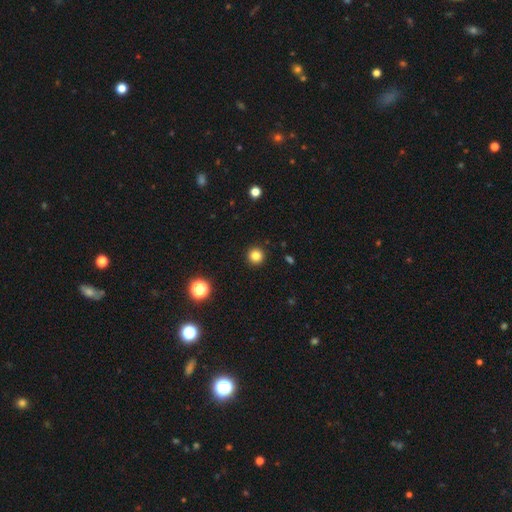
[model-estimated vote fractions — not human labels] The model was most divided on "smooth or featured": smooth: 83%, star or artifact: 13%, featured or disk: 4%. More confident: how rounded — round (96%); merging — none (93%).